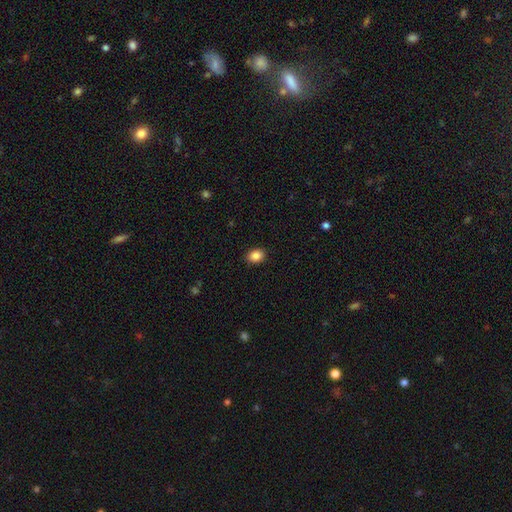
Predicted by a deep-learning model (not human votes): Morphology: type=smooth (87%); roundness=in between (60%); merging=none (90%).